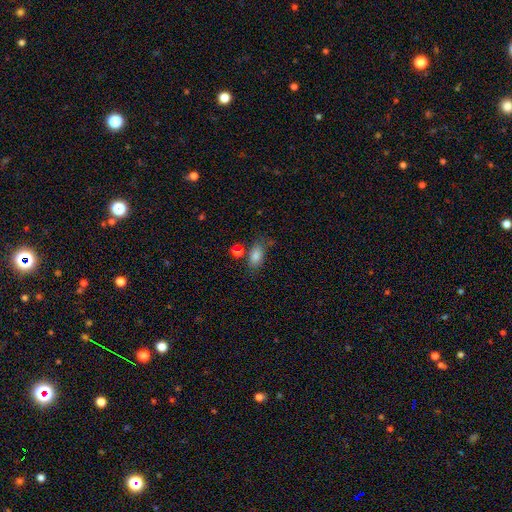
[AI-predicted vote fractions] Morphology: type=smooth (83%); roundness=in between (88%); merging=none (66%).